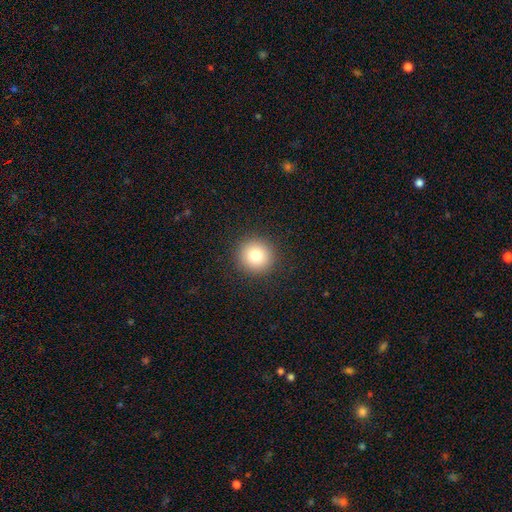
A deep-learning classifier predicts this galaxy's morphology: This is likely a smooth galaxy (79%). How rounded: clearly round (94%). Merging: clearly none (92%).